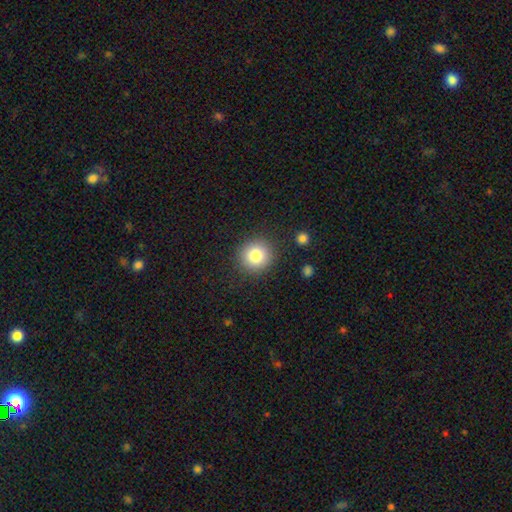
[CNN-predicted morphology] Smooth or featured?
  - smooth: 83% *
  - star or artifact: 10%
  - featured or disk: 7%
How rounded?
  - round: 92% *
  - in between: 7%
  - cigar-shaped: 1%
Merging?
  - none: 88% *
  - minor disturbance: 8%
  - major disturbance: 3%
  - merger: 2%